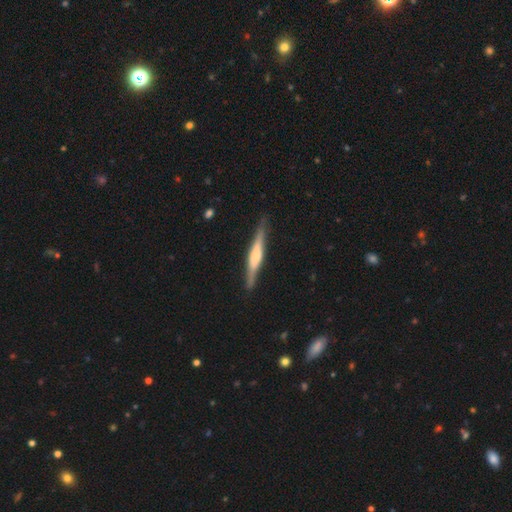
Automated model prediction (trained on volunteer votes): This appears to be a featured or disk galaxy (63%) viewed edge-on (97%) with a rounded central bulge (53%). Merging: none (87%).